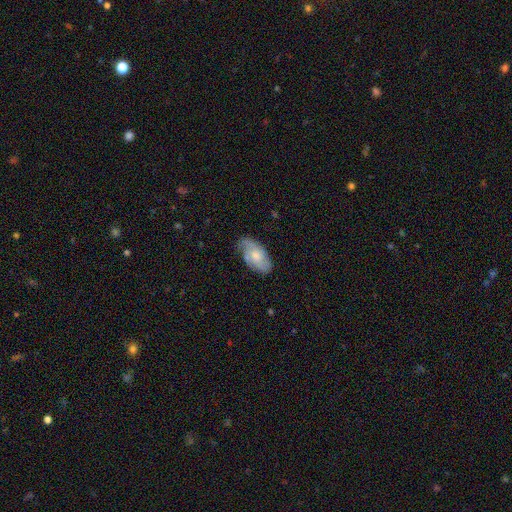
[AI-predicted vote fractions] Overall: featured or disk (59%; smooth 35%). Edge-on disk: no (94%). Bar: no (74%). Spiral arms: yes (88%). Bulge size: moderate (51%; small 38%). Merging: none (68%).